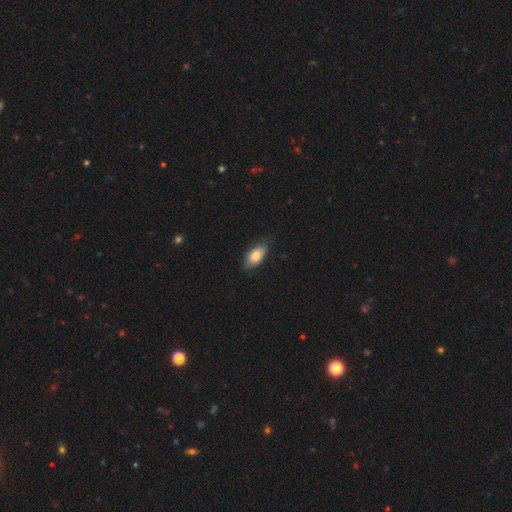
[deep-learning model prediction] A smooth galaxy with no disk features (83%) that is in between round and cigar-shaped (90%). Merging: none (79%).